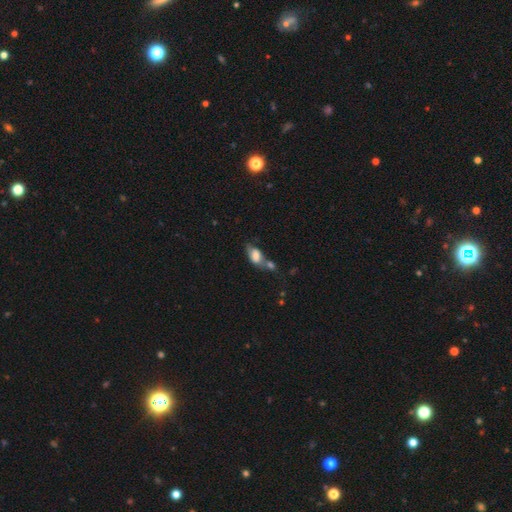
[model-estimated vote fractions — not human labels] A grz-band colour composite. It shows a smooth galaxy with no disk features (66%) that is in between round and cigar-shaped (87%). Merging: merger (47%).